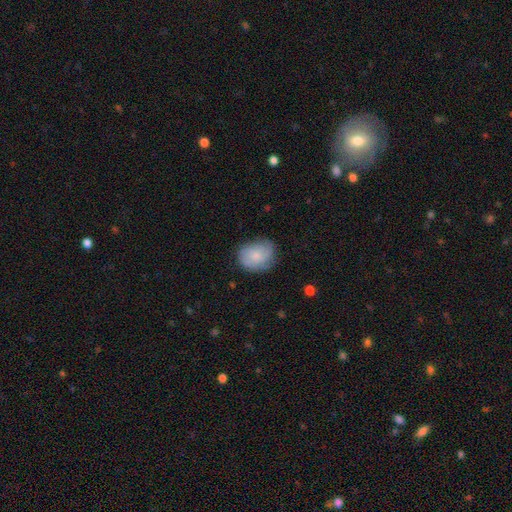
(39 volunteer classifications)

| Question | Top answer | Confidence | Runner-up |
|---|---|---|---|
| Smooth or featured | featured or disk | 56% | smooth (38%) |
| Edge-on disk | no | 100% | — |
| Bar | no | 86% | weak (9%) |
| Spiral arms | yes | 100% | — |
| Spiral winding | medium | 50% | tight (41%) |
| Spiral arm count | can't tell | 41% | 2 (32%) |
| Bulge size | moderate | 45% | tied: small (45%) |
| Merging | none | 81% | minor disturbance (14%) |